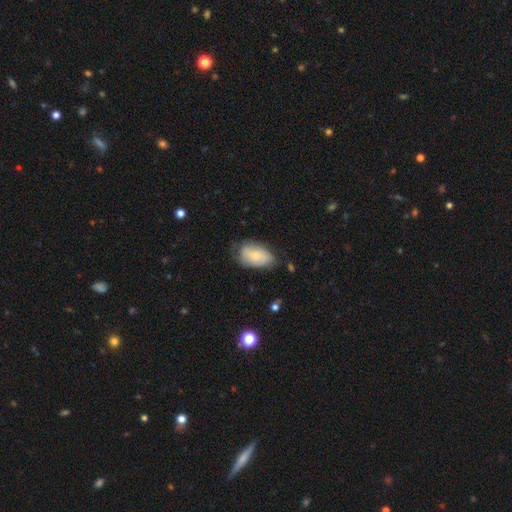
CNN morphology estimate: The model was most divided on "merging": none: 52%, minor disturbance: 35%, major disturbance: 11%, merger: 2%. More confident: how rounded — in between (91%); smooth or featured — smooth (70%).